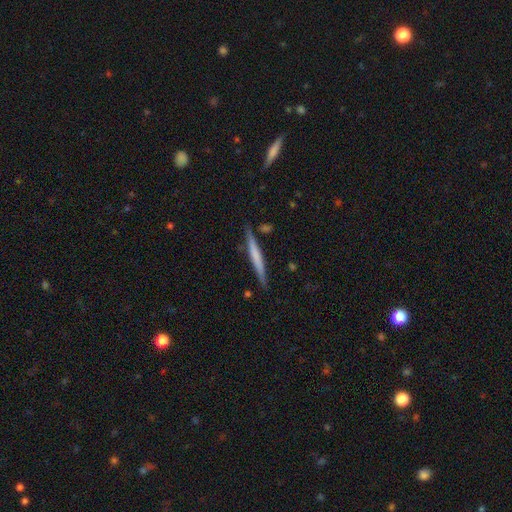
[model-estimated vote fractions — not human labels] This is possibly a smooth galaxy (52%). How rounded: clearly cigar-shaped (96%). Merging: clearly none (87%).